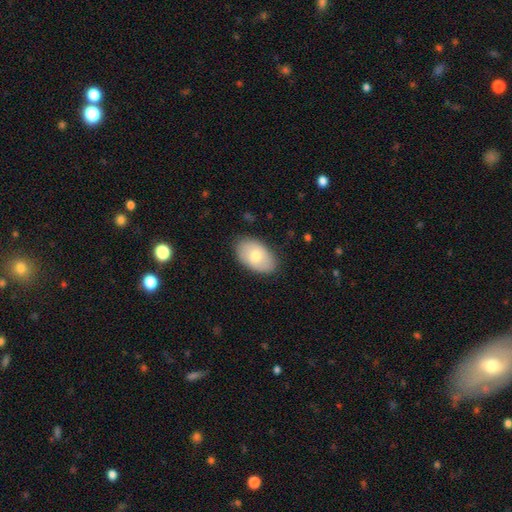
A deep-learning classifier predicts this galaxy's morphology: This is likely a smooth galaxy (72%). How rounded: clearly in between (92%). Merging: clearly none (84%).